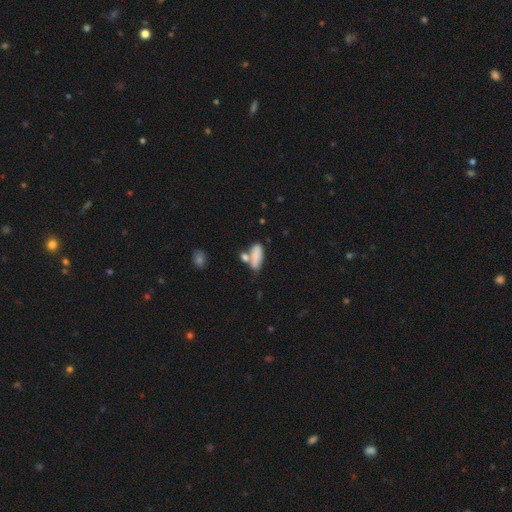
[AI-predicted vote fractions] This is likely a smooth galaxy (78%). How rounded: likely in between (74%). Merging: marginally none (38%, tied with merger).